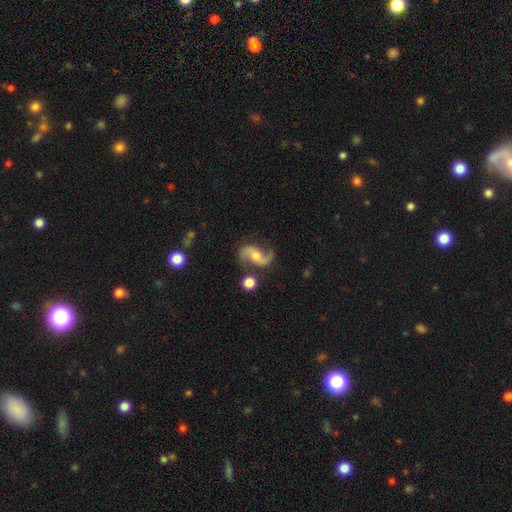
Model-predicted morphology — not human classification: Smooth or featured? featured or disk (88%)
Edge-on disk? no (98%)
Bar? no (52%)
Spiral arms? yes (97%)
Spiral winding? loose (62%)
Spiral arm count? 2 (93%)
Bulge size? moderate (53%)
Merging? none (75%)